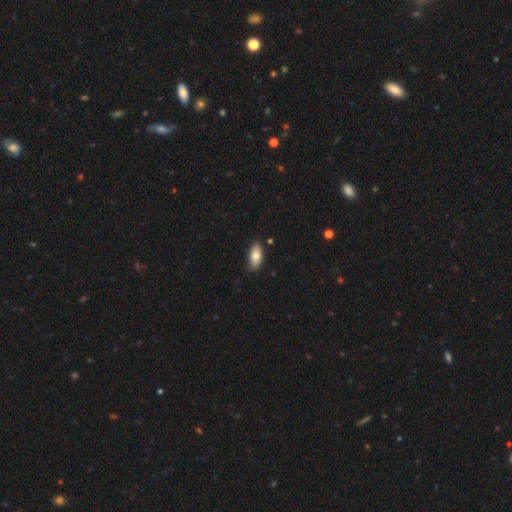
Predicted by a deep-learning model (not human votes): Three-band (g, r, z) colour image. It shows a smooth galaxy with no disk features (81%) that is in between round and cigar-shaped (90%). Merging: none (79%).